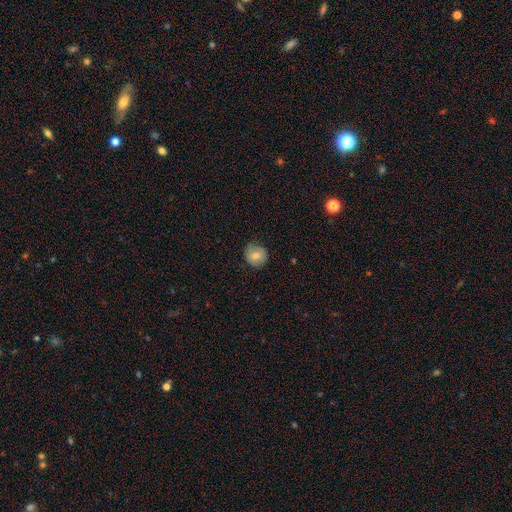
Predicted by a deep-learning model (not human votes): smooth-or-featured: smooth: 77% | featured or disk: 15% | star or artifact: 9%
  how-rounded: round: 88% | in between: 11% | cigar-shaped: 1%
  merging: none: 74% | minor disturbance: 20% | major disturbance: 4% | merger: 1%